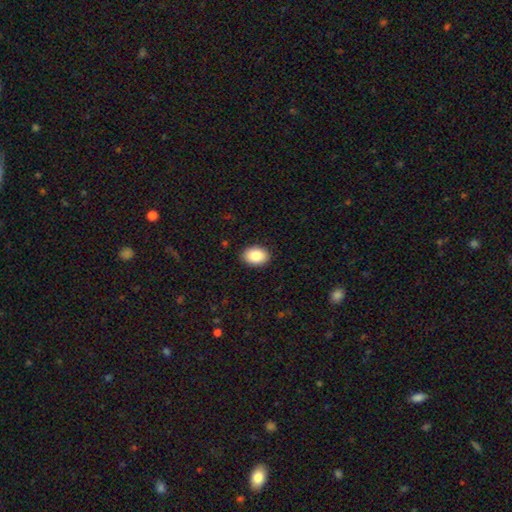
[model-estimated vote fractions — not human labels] smooth 85%, star or artifact 8%, featured or disk 7%. Down the decision tree: how rounded — in between (76%); merging — none (90%).